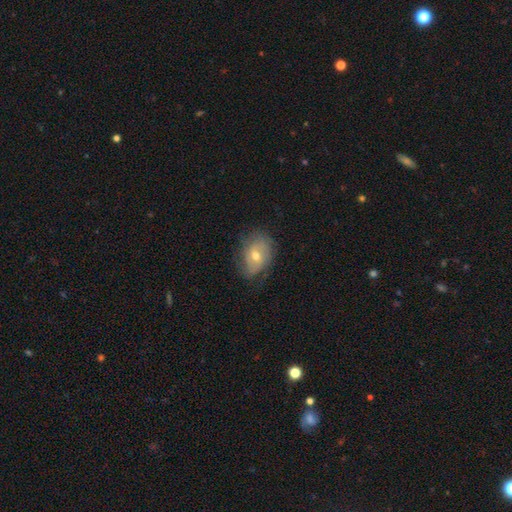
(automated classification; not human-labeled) smooth_or_featured: featured or disk (p=0.48) [alt: smooth p=0.44]
merging: none (p=0.66) [alt: minor disturbance p=0.24]